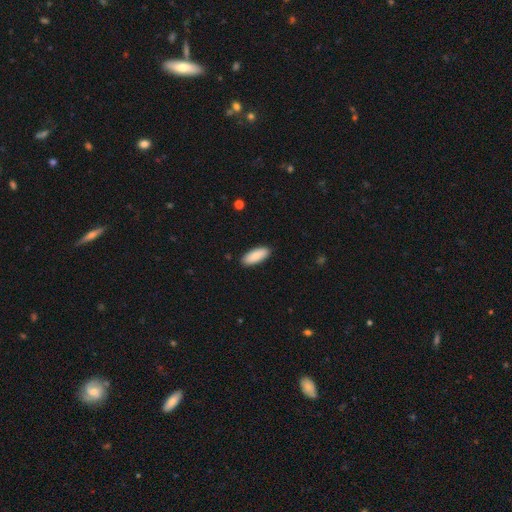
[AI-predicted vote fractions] Smooth or featured? smooth (88%)
How rounded? in between (76%)
Merging? none (90%)